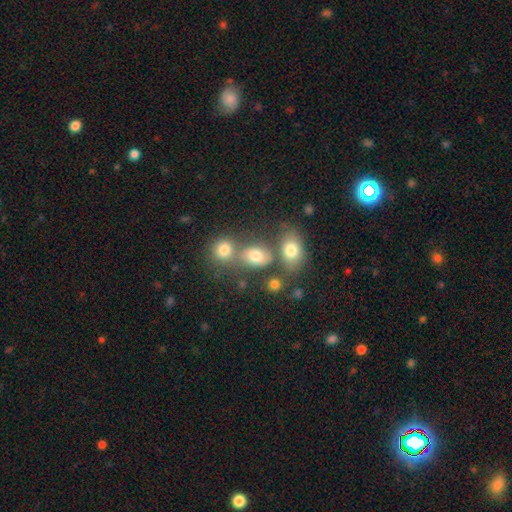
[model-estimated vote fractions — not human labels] Overall: smooth (75%). How rounded: in between (66%; round 33%). Merging: none (51%; merger 32%).